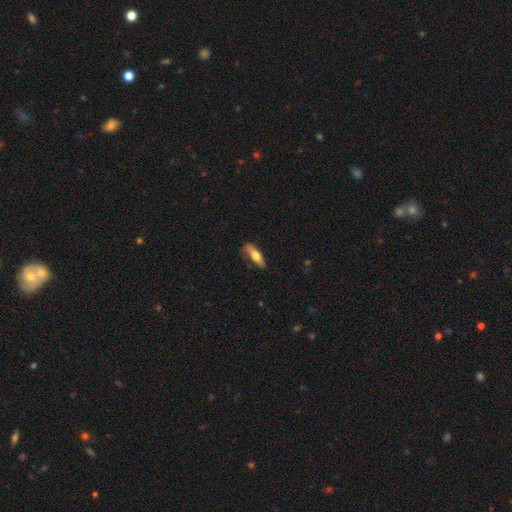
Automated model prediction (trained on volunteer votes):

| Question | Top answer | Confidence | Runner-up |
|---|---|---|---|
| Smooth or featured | smooth | 59% | featured or disk (35%) |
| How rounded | in between | 49% | cigar-shaped (48%) |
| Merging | none | 60% | minor disturbance (27%) |